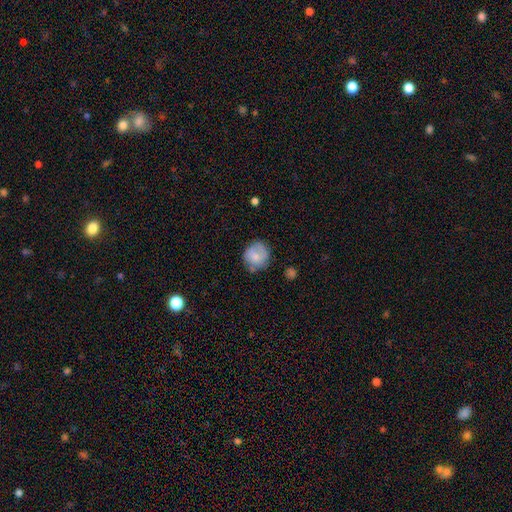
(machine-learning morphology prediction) A smooth galaxy with no disk features (69%) that is round (84%).

Vote fractions:
- Smooth or featured? smooth: 69% / featured or disk: 23% / star or artifact: 8%
- How rounded? round: 84% / in between: 15% / cigar-shaped: 1%
- Merging? none: 64% / minor disturbance: 25% / major disturbance: 7% / merger: 4%